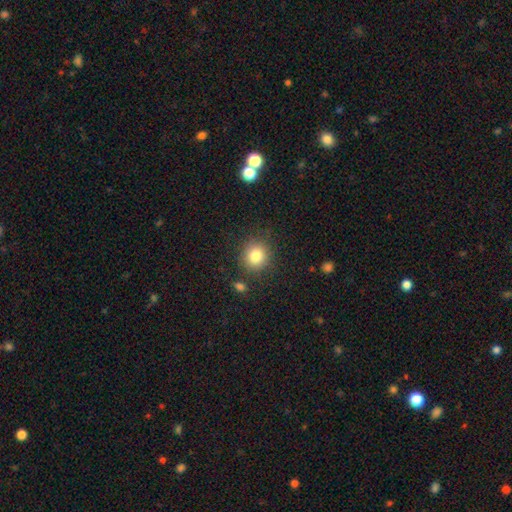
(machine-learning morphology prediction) Smooth or featured? Predicted: smooth (p=0.81). How rounded? Predicted: round (p=0.87). Merging? Predicted: none (p=0.85).